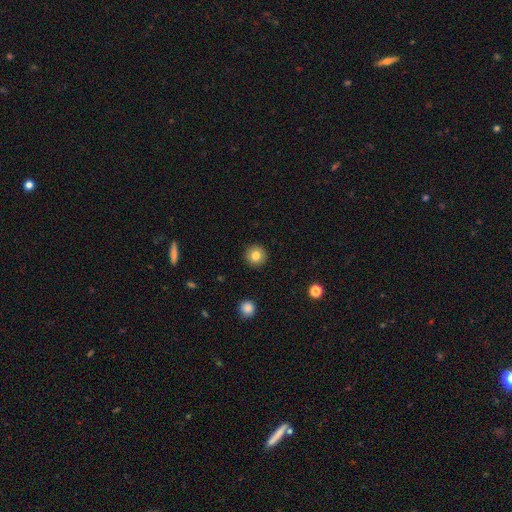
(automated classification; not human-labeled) Q: Smooth or featured?
A: smooth (82%); runner-up: star or artifact (10%)
Q: How rounded?
A: round (95%); runner-up: in between (4%)
Q: Merging?
A: none (92%); runner-up: minor disturbance (5%)